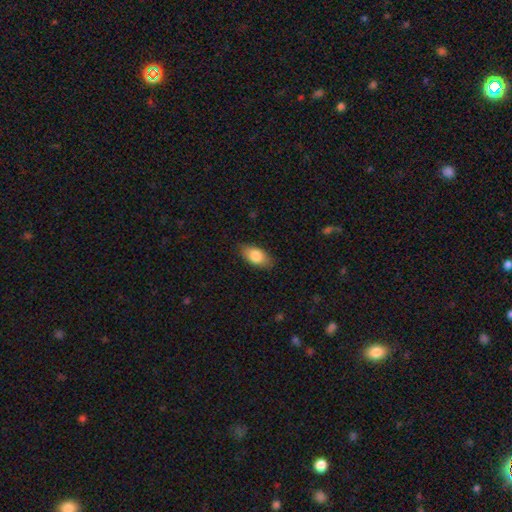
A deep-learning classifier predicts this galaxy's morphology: Smooth or featured? Predicted: smooth (p=0.81). How rounded? Predicted: in between (p=0.89). Merging? Predicted: none (p=0.83).